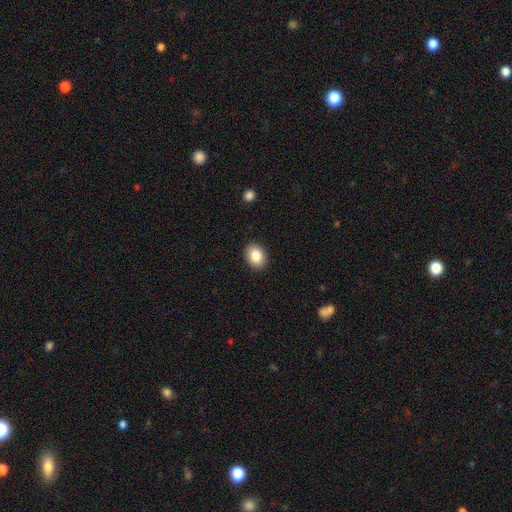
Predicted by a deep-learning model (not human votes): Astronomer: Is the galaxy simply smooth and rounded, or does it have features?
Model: smooth — 85%.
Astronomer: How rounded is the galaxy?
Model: in between — 72%.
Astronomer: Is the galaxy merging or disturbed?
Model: none — 90%.